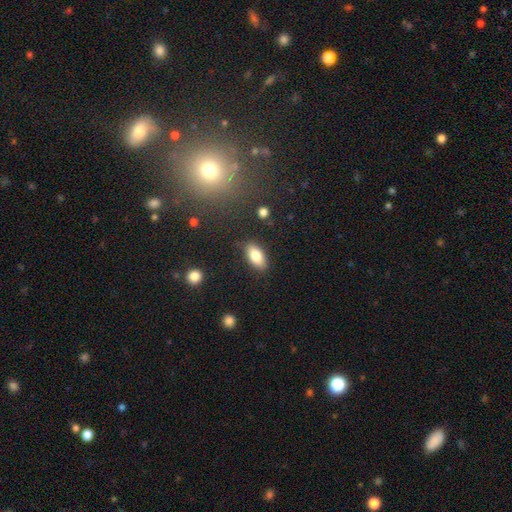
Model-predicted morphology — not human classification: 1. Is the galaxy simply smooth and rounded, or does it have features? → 82% smooth, 10% featured or disk, 7% star or artifact.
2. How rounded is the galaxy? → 89% in between, 7% cigar-shaped, 4% round.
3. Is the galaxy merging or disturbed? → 85% none, 11% minor disturbance, 3% major disturbance, 2% merger.